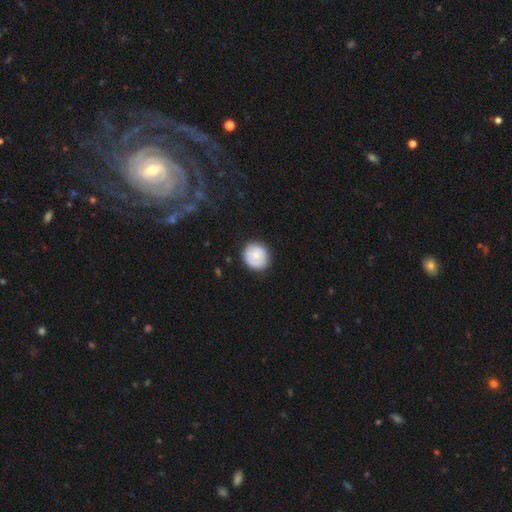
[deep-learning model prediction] Smooth or featured?
  - smooth: 66% *
  - featured or disk: 27%
  - star or artifact: 7%
How rounded?
  - round: 83% *
  - in between: 16%
  - cigar-shaped: 1%
Merging?
  - none: 81% *
  - minor disturbance: 15%
  - major disturbance: 3%
  - merger: 1%